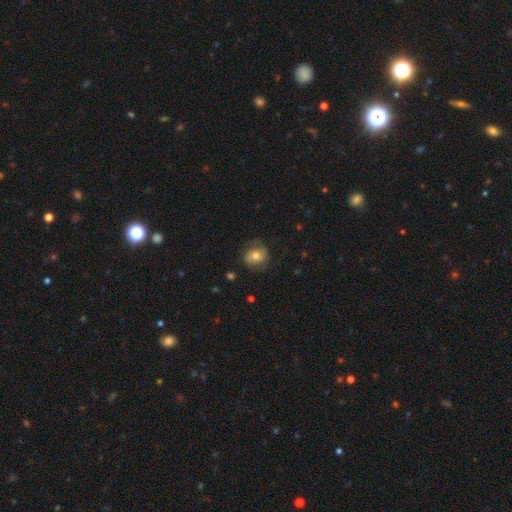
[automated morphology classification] Smooth or featured?
  - smooth: 66% *
  - featured or disk: 25%
  - star or artifact: 9%
How rounded?
  - round: 63% *
  - in between: 36%
  - cigar-shaped: 1%
Merging?
  - none: 70% *
  - minor disturbance: 20%
  - major disturbance: 9%
  - merger: 1%